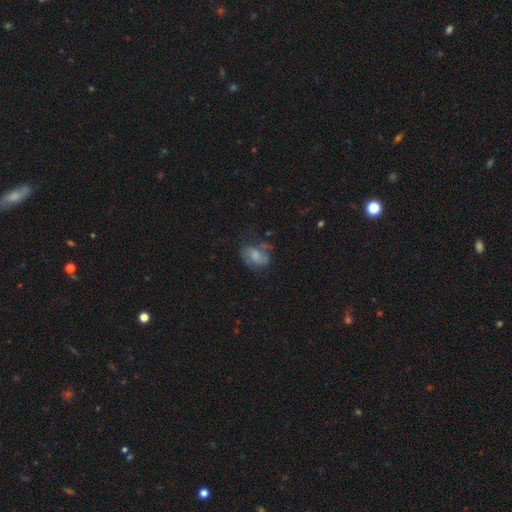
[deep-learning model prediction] Smooth or featured: smooth — 48% (featured or disk — 42%)
Merging: none — 45% (minor disturbance — 27%)